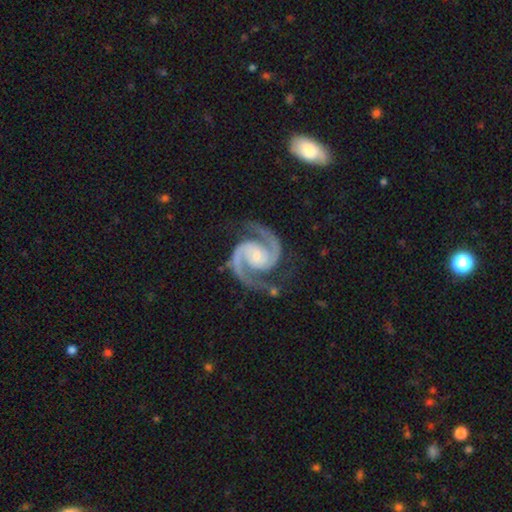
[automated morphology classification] A featured or disk galaxy (95%) with no bar (55%), 2 (95%) medium (61%) spiral arms (99%) and a small central bulge (55%). Merging: none (80%).